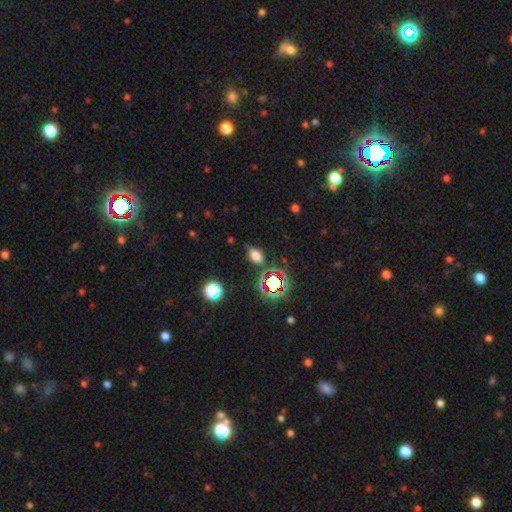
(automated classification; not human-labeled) smooth_or_featured: smooth (p=0.63) [alt: star or artifact p=0.23]
how_rounded: in between (p=0.79) [alt: round p=0.16]
merging: none (p=0.73) [alt: minor disturbance p=0.16]